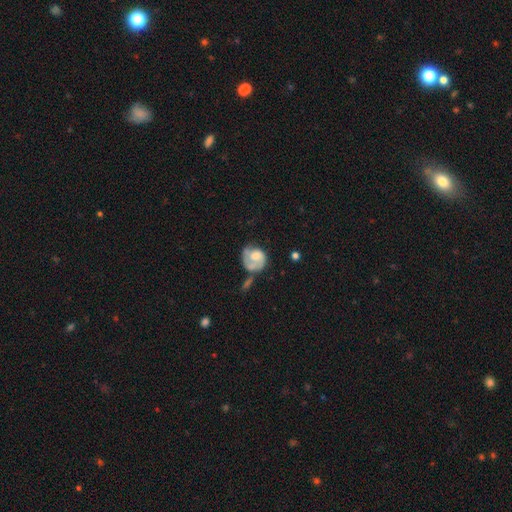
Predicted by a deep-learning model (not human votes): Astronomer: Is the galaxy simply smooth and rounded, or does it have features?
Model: featured or disk — 60%.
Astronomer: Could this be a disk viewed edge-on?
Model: no — 98%.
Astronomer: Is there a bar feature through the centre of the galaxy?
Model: no — 73%.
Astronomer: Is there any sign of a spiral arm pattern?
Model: yes — 77%.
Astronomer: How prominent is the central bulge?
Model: moderate — 44% (runner-up: small, 23%).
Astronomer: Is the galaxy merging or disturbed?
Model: none — 37% (runner-up: minor disturbance, 25%).